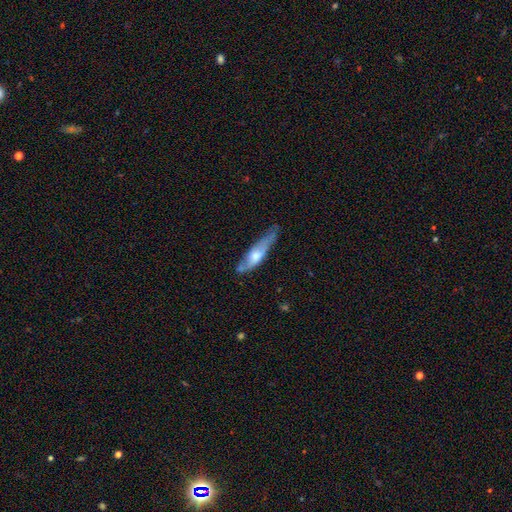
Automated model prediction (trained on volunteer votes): Smooth or featured?
  - featured or disk: 51% *
  - smooth: 43%
  - star or artifact: 6%
Edge-on disk?
  - yes: 69% *
  - no: 31%
Merging?
  - none: 56% *
  - minor disturbance: 30%
  - major disturbance: 9%
  - merger: 5%